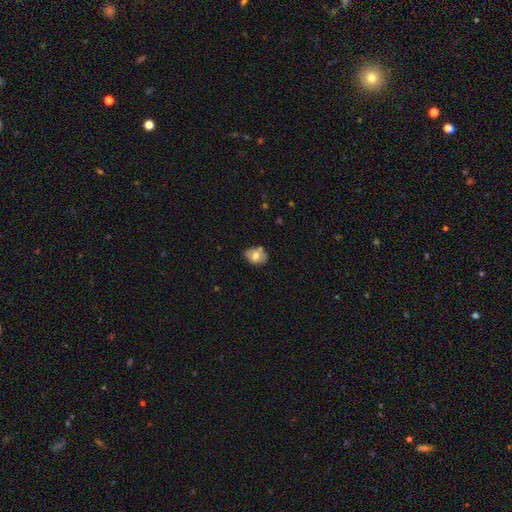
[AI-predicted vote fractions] Morphology: type=smooth (62%); roundness=in between (77%); merging=none (72%).